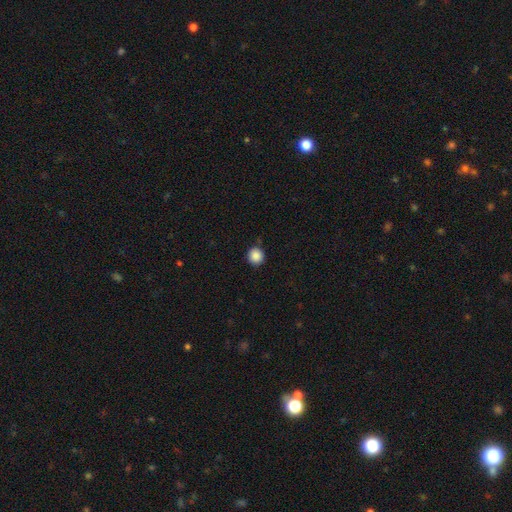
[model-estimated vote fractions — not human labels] Morphology: type=smooth (88%); roundness=round (94%); merging=none (89%).